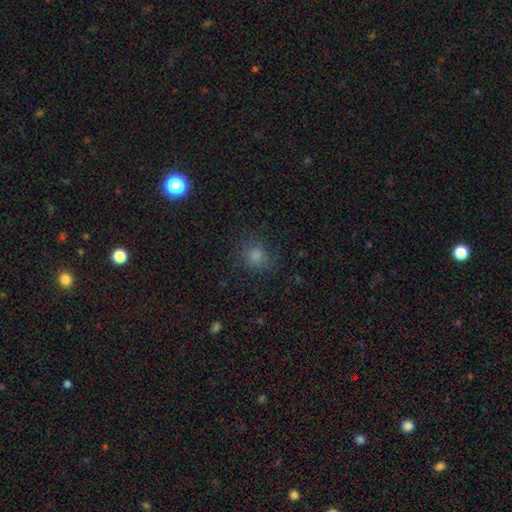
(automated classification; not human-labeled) The model was most divided on "how rounded": round: 79%, in between: 20%, cigar-shaped: 1%. More confident: merging — none (80%); smooth or featured — smooth (80%).